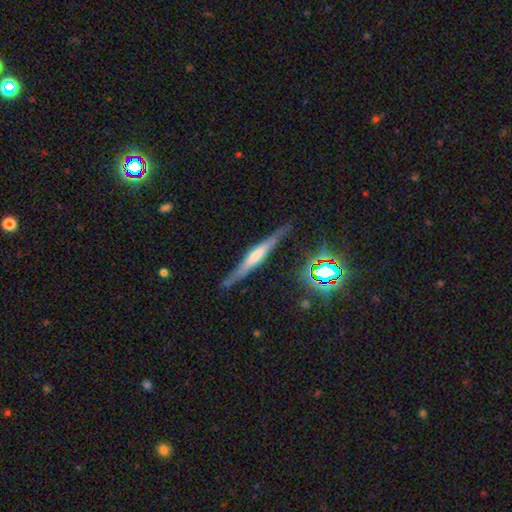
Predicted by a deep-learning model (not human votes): A featured or disk galaxy (59%) viewed edge-on (95%) with a boxy central bulge (38%).

Vote fractions:
- Smooth or featured? featured or disk: 59% / smooth: 32% / star or artifact: 9%
- Edge-on disk? yes: 95% / no: 5%
- Edge-on bulge? boxy: 38% / rounded: 35% / none: 27%
- Merging? none: 81% / minor disturbance: 14% / major disturbance: 3% / merger: 2%